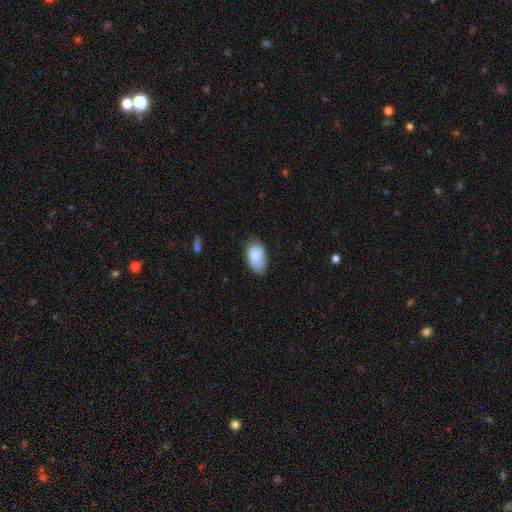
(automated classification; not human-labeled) Smooth or featured?
  - smooth: 87% *
  - star or artifact: 7%
  - featured or disk: 6%
How rounded?
  - in between: 94% *
  - round: 4%
  - cigar-shaped: 2%
Merging?
  - none: 66% *
  - minor disturbance: 28%
  - major disturbance: 5%
  - merger: 1%